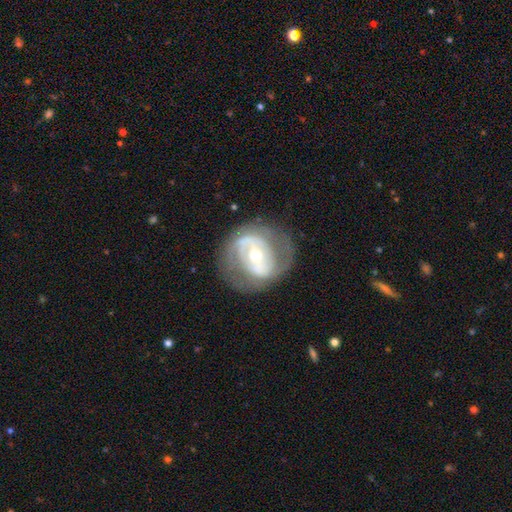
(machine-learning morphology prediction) smooth_or_featured: featured or disk (p=0.76) [alt: smooth p=0.17]
disk_edge_on: no (p=0.96) [alt: yes p=0.04]
bar: no (p=0.36) [alt: weak p=0.33]
has_spiral_arms: yes (p=0.69) [alt: no p=0.31]
spiral_winding: medium (p=0.40) [tied with: tight p=0.40]
spiral_arm_count: 2 (p=0.66) [alt: can't tell p=0.21]
bulge_size: moderate (p=0.51) [alt: small p=0.44]
merging: none (p=0.67) [alt: minor disturbance p=0.17]